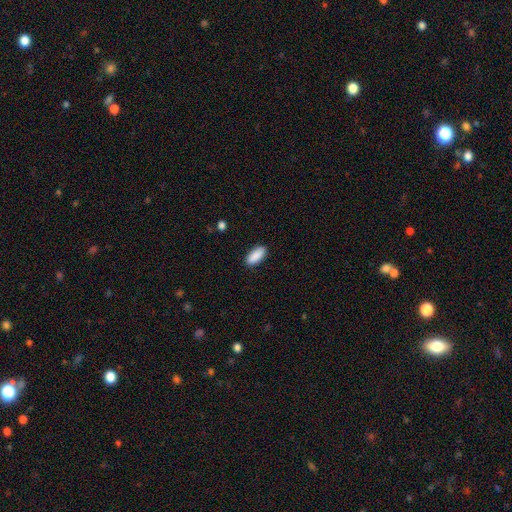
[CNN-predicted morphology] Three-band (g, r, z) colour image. It shows a smooth galaxy with no disk features (91%) that is in between round and cigar-shaped (86%). Merging: none (89%).